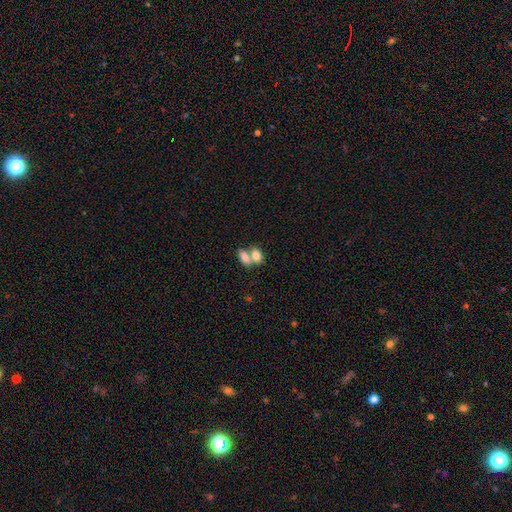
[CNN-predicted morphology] This appears to be a smooth galaxy with no disk features (81%) that is in between round and cigar-shaped (87%). Merging: merger (65%).